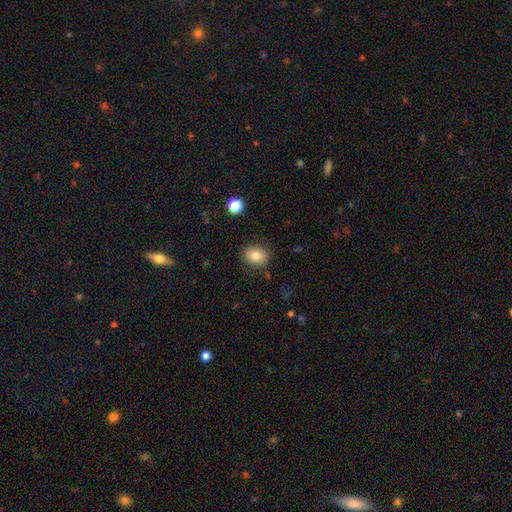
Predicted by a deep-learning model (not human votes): smooth-or-featured: smooth: 80% | featured or disk: 10% | star or artifact: 10%
  how-rounded: in between: 54% | round: 45% | cigar-shaped: 1%
  merging: none: 85% | minor disturbance: 11% | major disturbance: 3% | merger: 2%